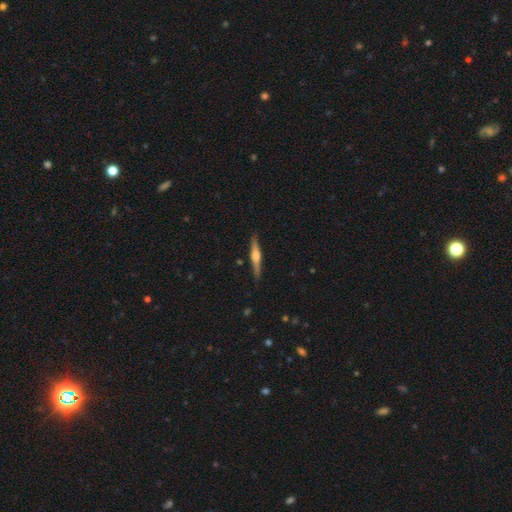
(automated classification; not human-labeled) Smooth or featured?
  - featured or disk: 68% *
  - smooth: 26%
  - star or artifact: 5%
Edge-on disk?
  - yes: 98% *
  - no: 2%
Edge-on bulge?
  - rounded: 84% *
  - boxy: 11%
  - none: 5%
Merging?
  - none: 89% *
  - minor disturbance: 8%
  - major disturbance: 2%
  - merger: 1%